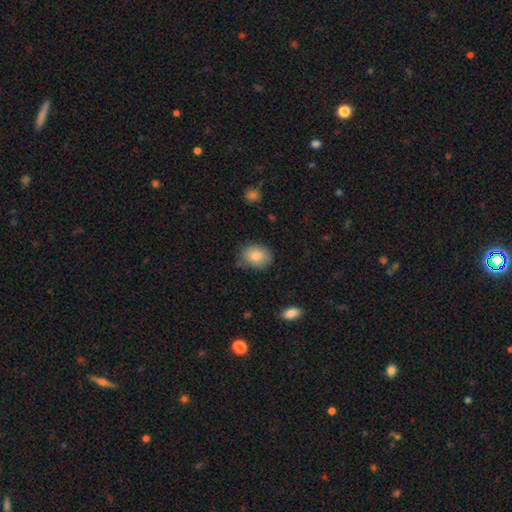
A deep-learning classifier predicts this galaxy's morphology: This is clearly a smooth galaxy (82%). How rounded: possibly in between (55%). Merging: likely none (75%).